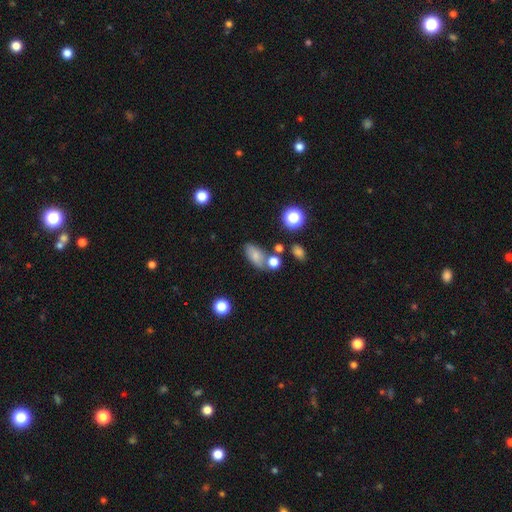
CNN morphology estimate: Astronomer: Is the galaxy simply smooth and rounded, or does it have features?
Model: smooth — 73%.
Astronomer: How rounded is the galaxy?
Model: in between — 85%.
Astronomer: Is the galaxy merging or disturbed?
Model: none — 58%.